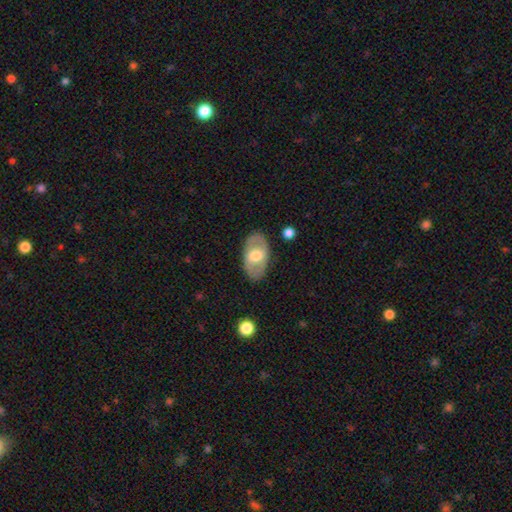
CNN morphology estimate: smooth-or-featured: smooth: 48% | featured or disk: 46% | star or artifact: 6%
  merging: none: 83% | minor disturbance: 12% | major disturbance: 4% | merger: 1%